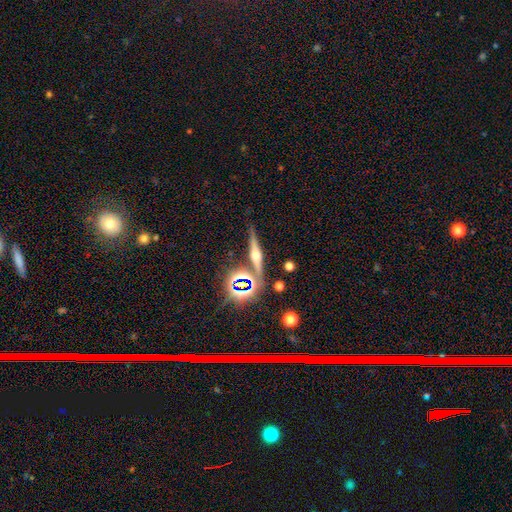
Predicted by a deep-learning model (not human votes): featured or disk 62%, smooth 19%, star or artifact 18%. Down the decision tree: edge-on disk — yes (95%); edge-on bulge — rounded (86%); merging — none (80%).